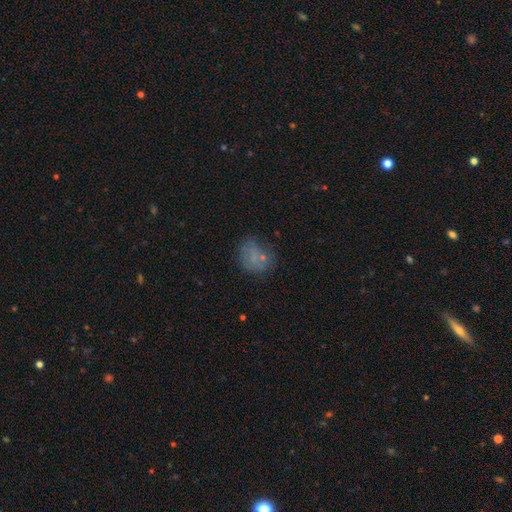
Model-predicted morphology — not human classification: type=smooth (55%); roundness=round (68%); merging=none (67%).